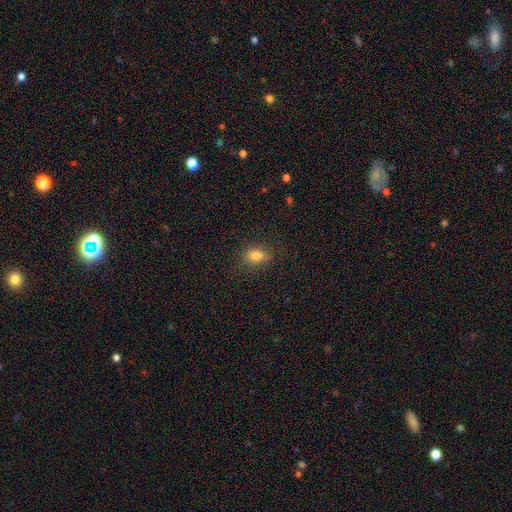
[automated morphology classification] Smooth or featured? smooth (81%)
How rounded? in between (73%)
Merging? none (73%)